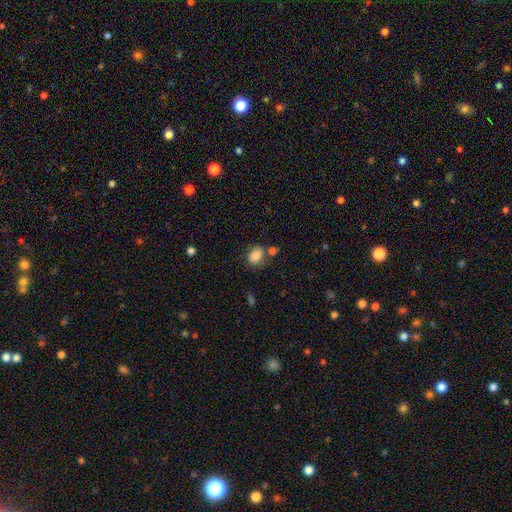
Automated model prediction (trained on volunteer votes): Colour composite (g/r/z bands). It shows a smooth galaxy with no disk features (84%) that is in between round and cigar-shaped (60%). Merging: none (59%).